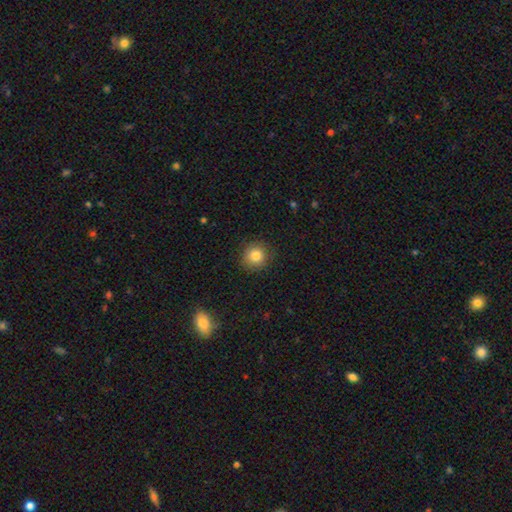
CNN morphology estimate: smooth 83%, star or artifact 10%, featured or disk 7%. Down the decision tree: how rounded — round (91%); merging — none (88%).